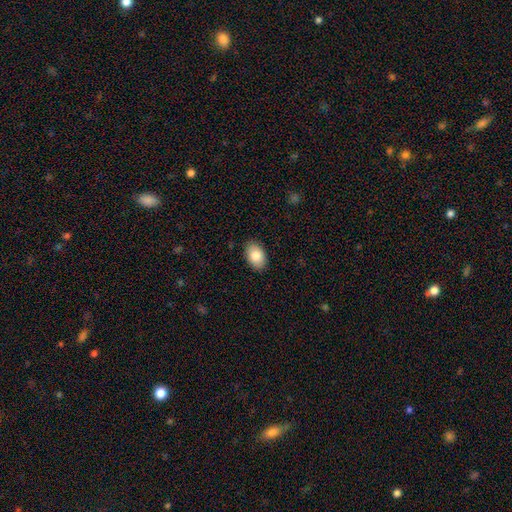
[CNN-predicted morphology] Q: Smooth or featured?
A: smooth (84%); runner-up: featured or disk (9%)
Q: How rounded?
A: in between (90%); runner-up: round (8%)
Q: Merging?
A: none (88%); runner-up: minor disturbance (9%)